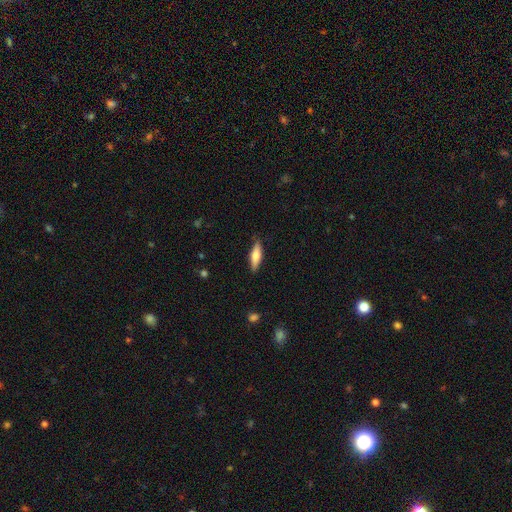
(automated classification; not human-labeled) smooth-or-featured: smooth: 66% | featured or disk: 29% | star or artifact: 6%
  how-rounded: cigar-shaped: 58% | in between: 40% | round: 2%
  merging: none: 85% | minor disturbance: 11% | major disturbance: 2% | merger: 1%